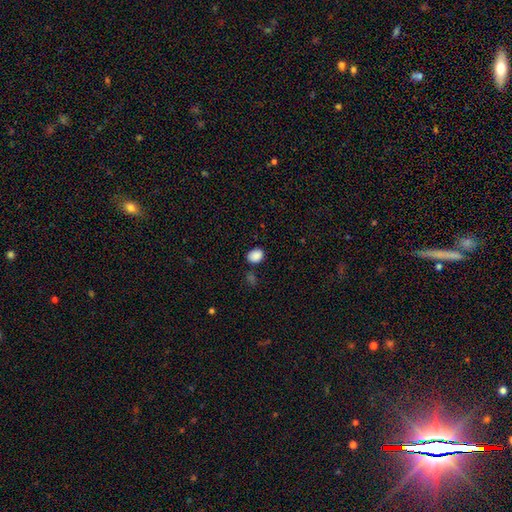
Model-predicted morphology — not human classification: Overall: smooth (88%). How rounded: in between (64%; round 35%). Merging: none (79%).